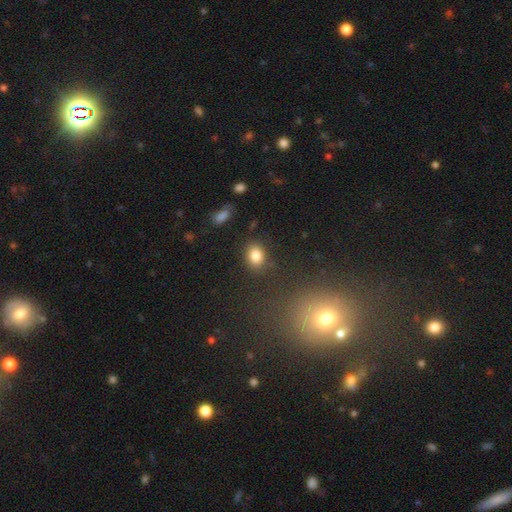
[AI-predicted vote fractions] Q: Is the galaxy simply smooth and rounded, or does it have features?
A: smooth — 84%.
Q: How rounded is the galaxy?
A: in between — 59%.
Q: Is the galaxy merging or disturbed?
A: none — 81%.